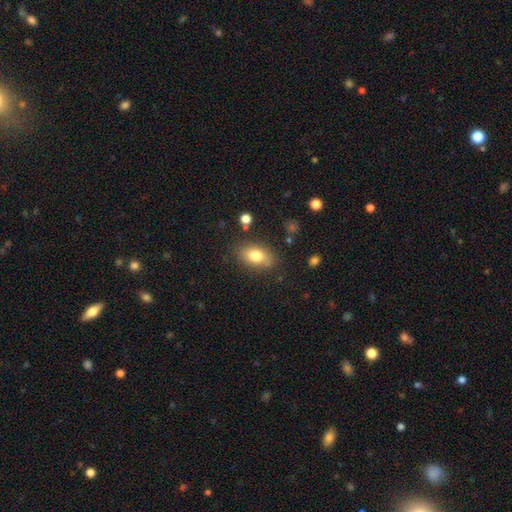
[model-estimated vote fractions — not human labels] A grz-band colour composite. It shows a smooth galaxy with no disk features (78%) that is in between round and cigar-shaped (85%). Merging: none (79%).